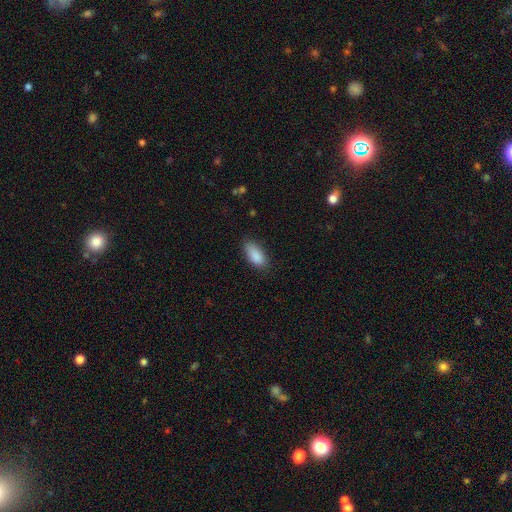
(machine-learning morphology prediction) Q: Smooth or featured?
A: smooth (88%); runner-up: star or artifact (7%)
Q: How rounded?
A: in between (88%); runner-up: cigar-shaped (10%)
Q: Merging?
A: none (79%); runner-up: minor disturbance (16%)